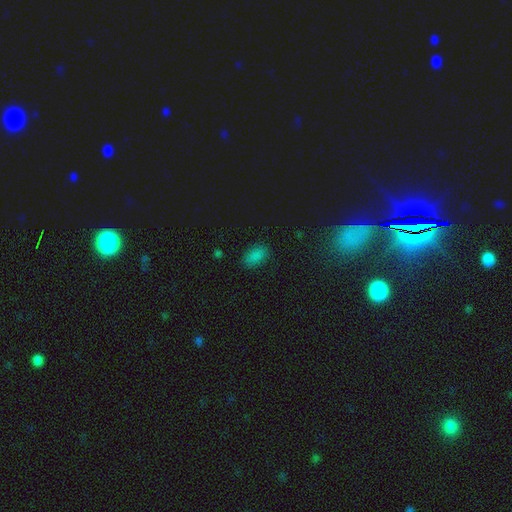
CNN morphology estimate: Smooth or featured? Predicted: smooth (p=0.82). How rounded? Predicted: in between (p=0.92). Merging? Predicted: none (p=0.86).